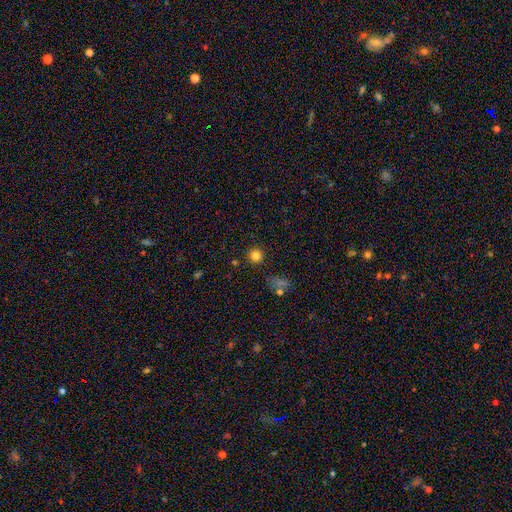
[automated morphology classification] Q: Smooth or featured?
A: smooth (81%); runner-up: star or artifact (14%)
Q: How rounded?
A: round (94%); runner-up: in between (5%)
Q: Merging?
A: none (89%); runner-up: minor disturbance (6%)